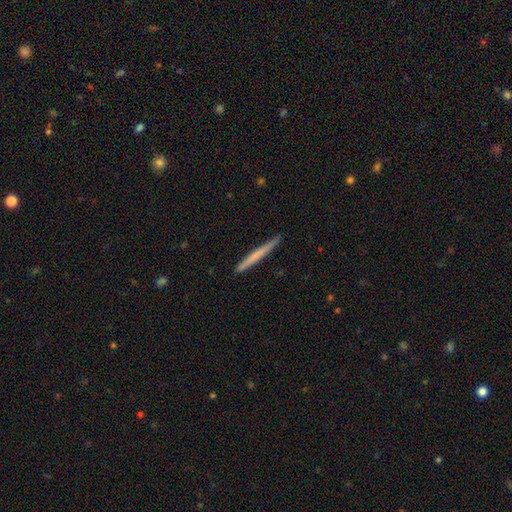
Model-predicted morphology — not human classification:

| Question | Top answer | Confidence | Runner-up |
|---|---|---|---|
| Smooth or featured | smooth | 60% | featured or disk (35%) |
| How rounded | cigar-shaped | 97% | in between (2%) |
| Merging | none | 90% | minor disturbance (7%) |